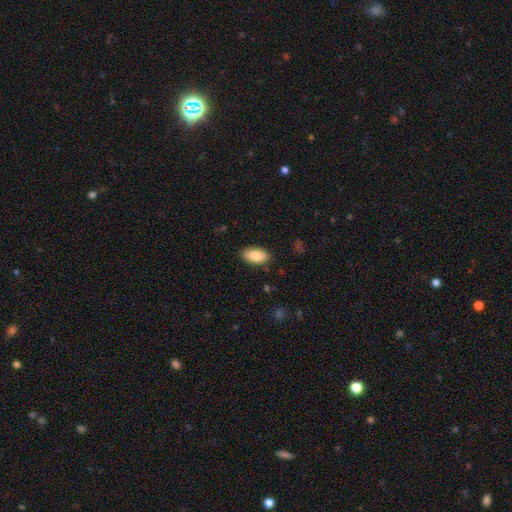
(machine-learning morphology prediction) smooth_or_featured: smooth (p=0.87) [alt: star or artifact p=0.07]
how_rounded: in between (p=0.94) [alt: cigar-shaped p=0.04]
merging: none (p=0.86) [alt: minor disturbance p=0.10]